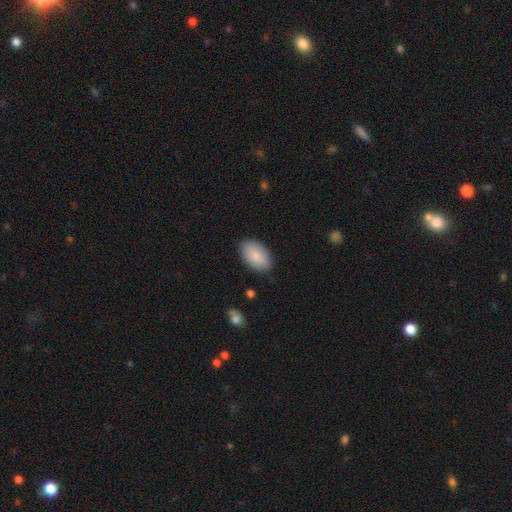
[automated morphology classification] A smooth galaxy with no disk features (88%) that is in between round and cigar-shaped (94%). Merging: none (86%).